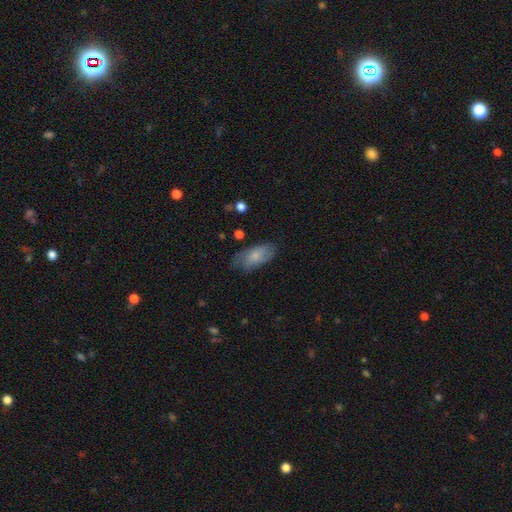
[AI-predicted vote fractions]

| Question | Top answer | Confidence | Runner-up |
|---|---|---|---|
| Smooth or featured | smooth | 67% | featured or disk (26%) |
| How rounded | in between | 88% | cigar-shaped (9%) |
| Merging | none | 68% | minor disturbance (24%) |